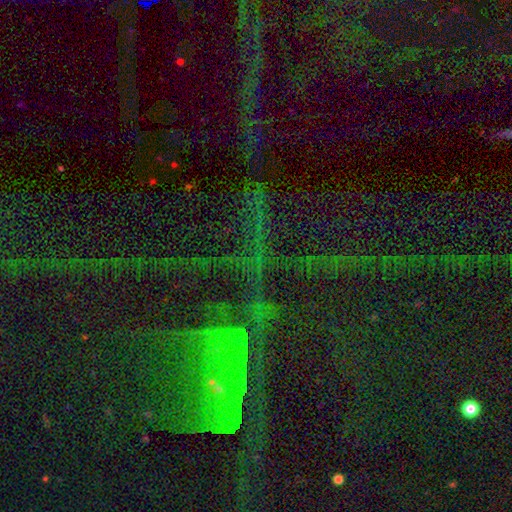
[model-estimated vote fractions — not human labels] Q: Smooth or featured?
A: star or artifact (78%); runner-up: featured or disk (12%)